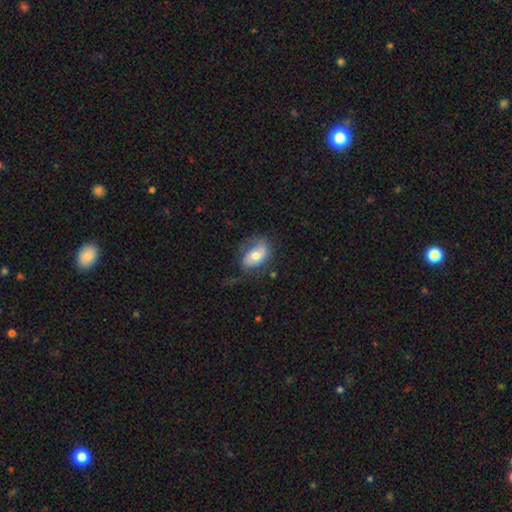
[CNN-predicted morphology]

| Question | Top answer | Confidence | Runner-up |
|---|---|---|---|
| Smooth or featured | smooth | 46% | tied: featured or disk (46%) |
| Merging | none | 49% | minor disturbance (27%) |